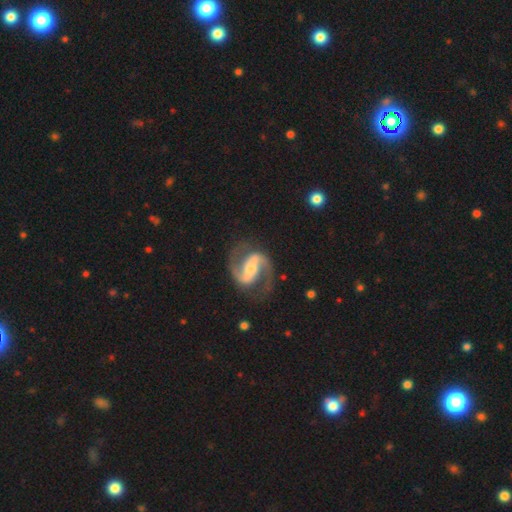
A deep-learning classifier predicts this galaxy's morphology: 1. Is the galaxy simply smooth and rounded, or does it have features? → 93% featured or disk, 4% star or artifact, 3% smooth.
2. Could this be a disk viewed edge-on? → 98% no, 2% yes.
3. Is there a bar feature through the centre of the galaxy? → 51% strong, 36% weak, 14% no.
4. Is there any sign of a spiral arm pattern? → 98% yes, 2% no.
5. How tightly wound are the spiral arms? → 62% medium, 21% loose, 17% tight.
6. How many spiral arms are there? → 95% 2, 1% can't tell, 1% 3, 1% 1, 1% 4, 1% more than 4.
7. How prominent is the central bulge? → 46% small, 45% moderate, 4% large, 3% none, 1% dominant.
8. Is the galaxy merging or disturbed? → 83% none, 11% minor disturbance, 4% major disturbance, 1% merger.